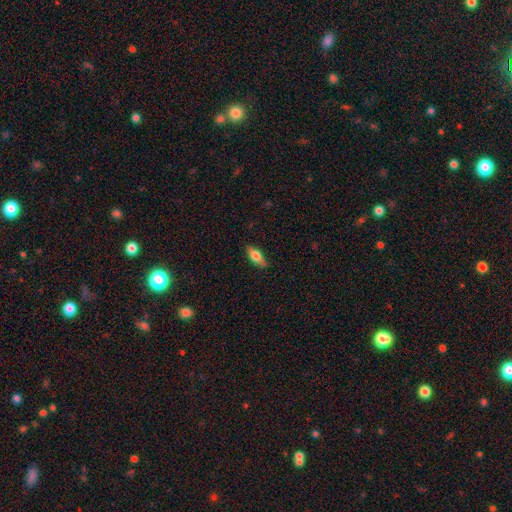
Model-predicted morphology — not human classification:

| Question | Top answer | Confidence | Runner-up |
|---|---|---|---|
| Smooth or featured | smooth | 70% | featured or disk (23%) |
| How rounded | in between | 75% | cigar-shaped (22%) |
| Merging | none | 80% | minor disturbance (16%) |